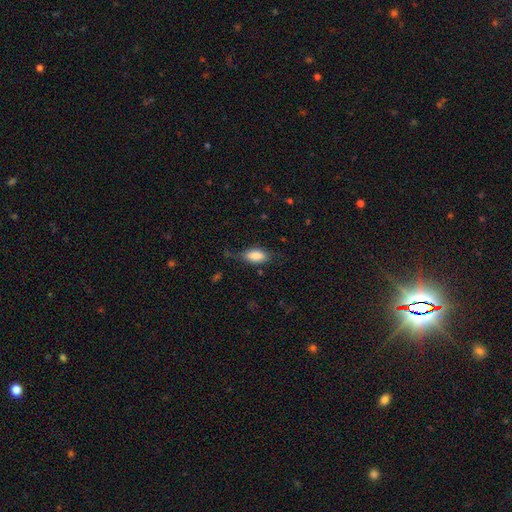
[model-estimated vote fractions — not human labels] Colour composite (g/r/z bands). It shows a smooth galaxy with no disk features (81%) that is in between round and cigar-shaped (87%). Merging: none (57%).